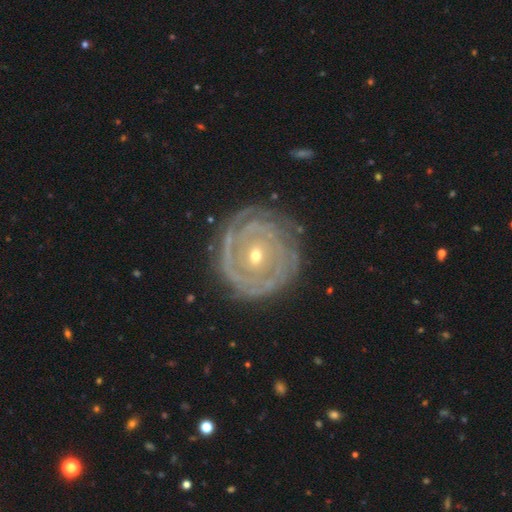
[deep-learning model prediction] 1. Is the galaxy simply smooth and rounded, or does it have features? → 87% featured or disk, 8% smooth, 6% star or artifact.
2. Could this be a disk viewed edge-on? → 97% no, 3% yes.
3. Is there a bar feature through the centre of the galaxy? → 66% no, 24% weak, 9% strong.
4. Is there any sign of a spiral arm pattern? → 94% yes, 6% no.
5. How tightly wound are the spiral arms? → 86% tight, 11% medium, 3% loose.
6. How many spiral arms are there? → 32% can't tell, 20% 2, 20% 3, 12% 4, 9% more than 4, 7% 1.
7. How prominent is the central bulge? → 60% small, 37% moderate, 1% large, 1% none, 1% dominant.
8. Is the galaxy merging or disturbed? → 78% none, 15% minor disturbance, 5% major disturbance, 1% merger.